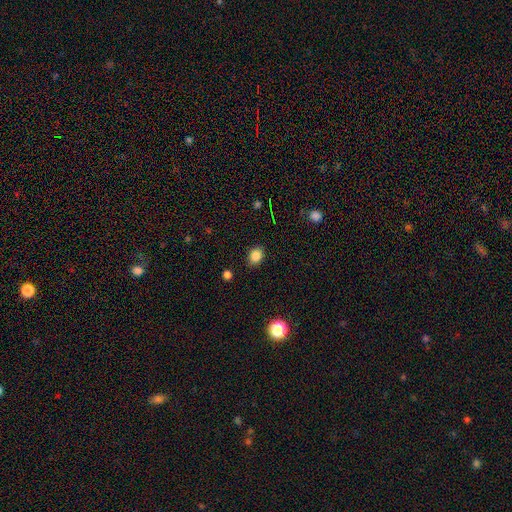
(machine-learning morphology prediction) This is clearly a smooth galaxy (84%). How rounded: likely in between (62%). Merging: clearly none (87%).